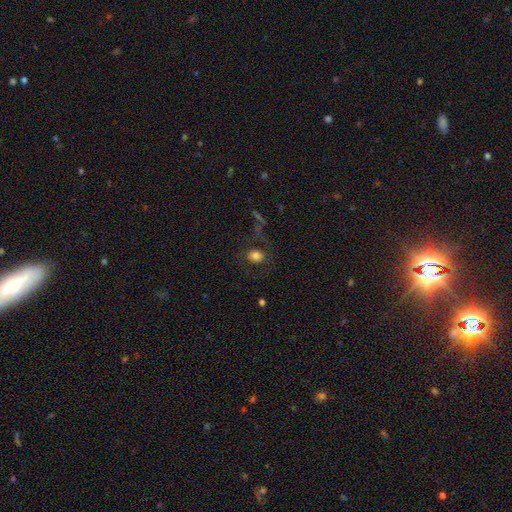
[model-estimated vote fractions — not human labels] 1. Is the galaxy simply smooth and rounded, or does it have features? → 74% smooth, 13% featured or disk, 13% star or artifact.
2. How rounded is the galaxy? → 67% round, 32% in between, 1% cigar-shaped.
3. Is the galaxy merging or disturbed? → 71% none, 13% minor disturbance, 12% major disturbance, 3% merger.